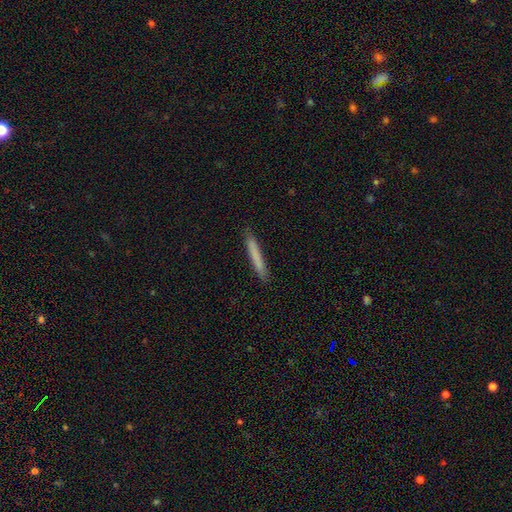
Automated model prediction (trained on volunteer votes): Smooth or featured?
  - smooth: 76% *
  - featured or disk: 17%
  - star or artifact: 6%
How rounded?
  - cigar-shaped: 96% *
  - in between: 3%
  - round: 1%
Merging?
  - none: 89% *
  - minor disturbance: 8%
  - major disturbance: 2%
  - merger: 1%